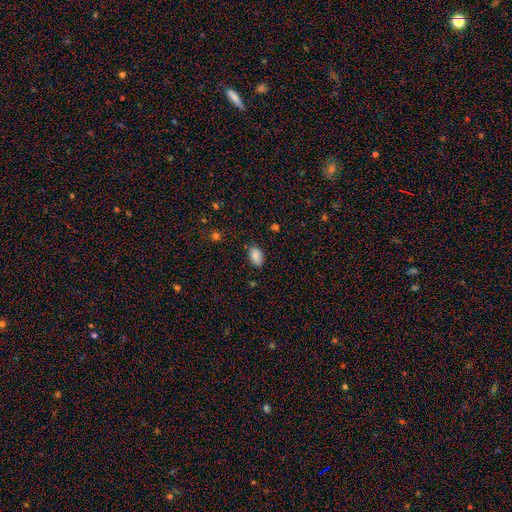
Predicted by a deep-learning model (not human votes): smooth_or_featured: smooth (p=0.87) [alt: star or artifact p=0.08]
how_rounded: in between (p=0.92) [alt: round p=0.06]
merging: none (p=0.78) [alt: minor disturbance p=0.17]